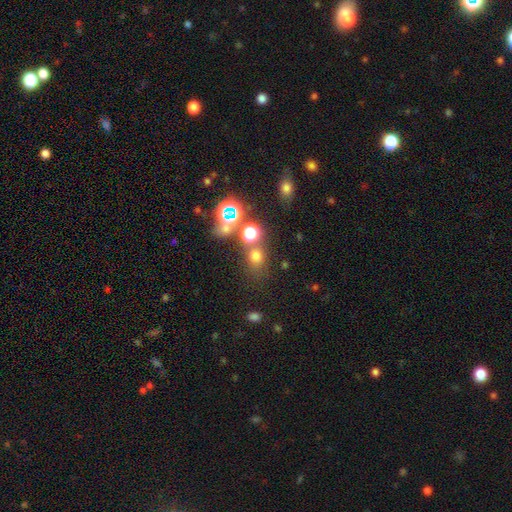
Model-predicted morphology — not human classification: smooth 64%, star or artifact 29%, featured or disk 8%. Down the decision tree: how rounded — round (71%); merging — none (63%).